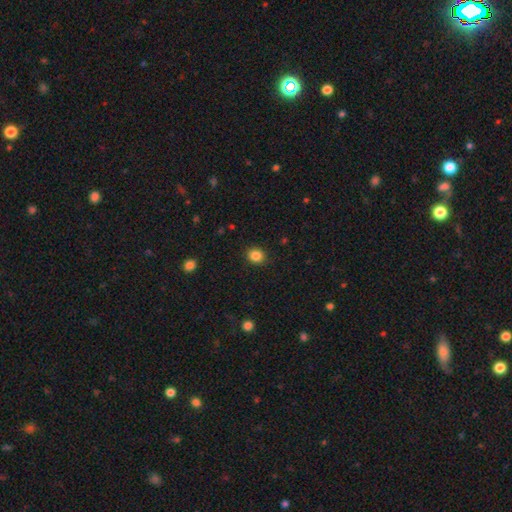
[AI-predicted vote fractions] smooth_or_featured: smooth (p=0.85) [alt: star or artifact p=0.11]
how_rounded: round (p=0.74) [alt: in between p=0.25]
merging: none (p=0.89) [alt: minor disturbance p=0.07]